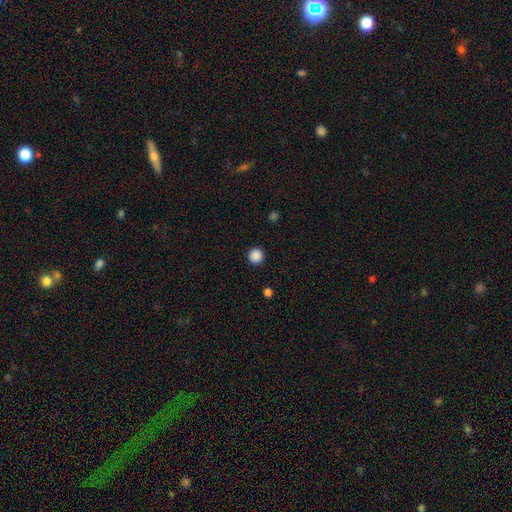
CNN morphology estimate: The model was most divided on "smooth or featured": smooth: 88%, star or artifact: 10%, featured or disk: 2%. More confident: how rounded — round (96%); merging — none (93%).